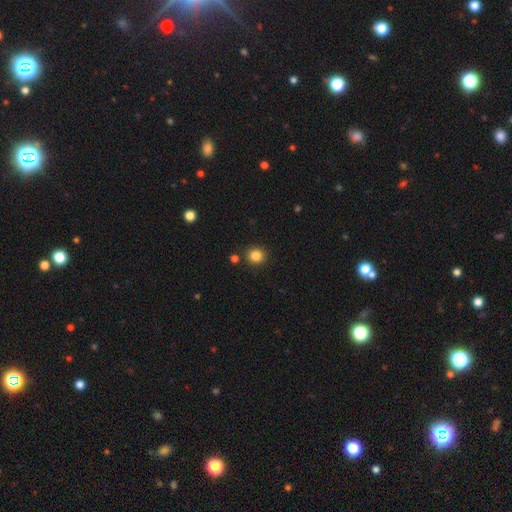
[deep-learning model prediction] smooth 85%, star or artifact 11%, featured or disk 4%. Down the decision tree: how rounded — round (90%); merging — none (88%).